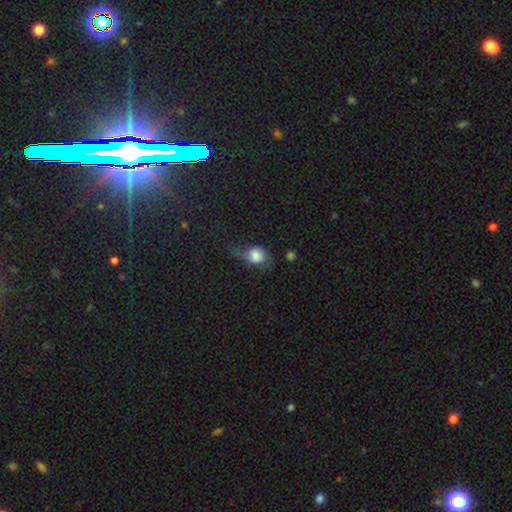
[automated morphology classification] Smooth or featured: smooth — 70% (featured or disk — 20%)
How rounded: round — 51% (in between — 47%)
Merging: major disturbance — 36% (none — 31%)